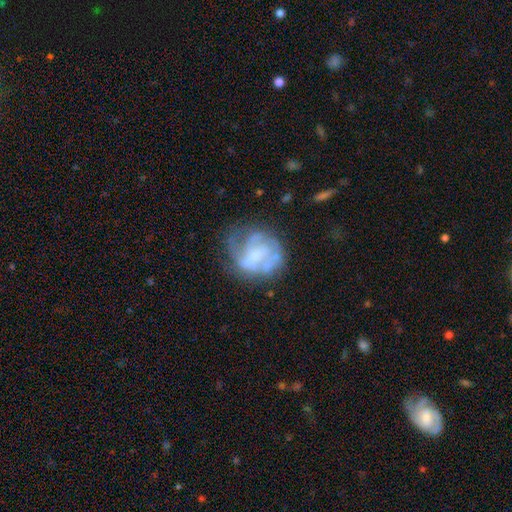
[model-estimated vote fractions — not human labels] Q: Smooth or featured?
A: featured or disk (65%); runner-up: smooth (26%)
Q: Edge-on disk?
A: no (98%); runner-up: yes (2%)
Q: Bar?
A: no (48%); runner-up: weak (39%)
Q: Spiral arms?
A: yes (56%); runner-up: no (44%)
Q: Bulge size?
A: none (35%); runner-up: small (34%)
Q: Merging?
A: none (45%); runner-up: major disturbance (26%)